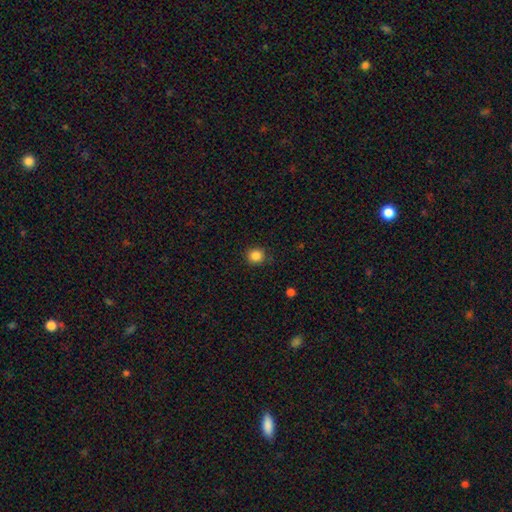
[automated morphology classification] This is clearly a smooth galaxy (86%). How rounded: clearly round (90%). Merging: clearly none (90%).